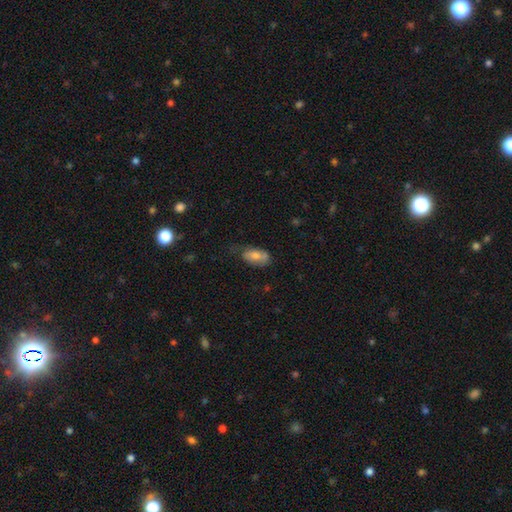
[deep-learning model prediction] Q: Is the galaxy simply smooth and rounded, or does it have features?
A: smooth — 73%.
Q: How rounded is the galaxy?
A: in between — 90%.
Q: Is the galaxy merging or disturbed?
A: none — 49%.